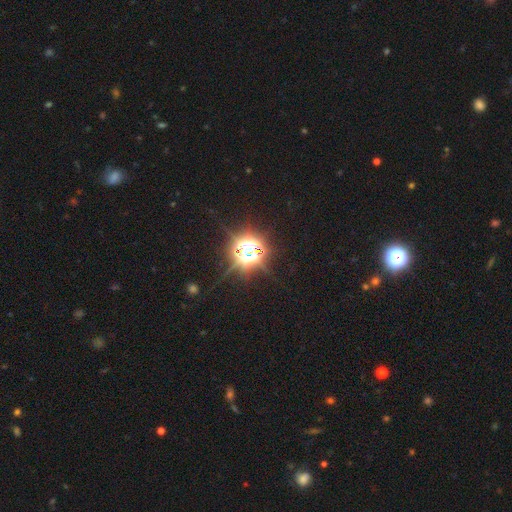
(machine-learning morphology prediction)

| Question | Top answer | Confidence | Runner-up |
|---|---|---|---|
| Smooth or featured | star or artifact | 81% | smooth (10%) |